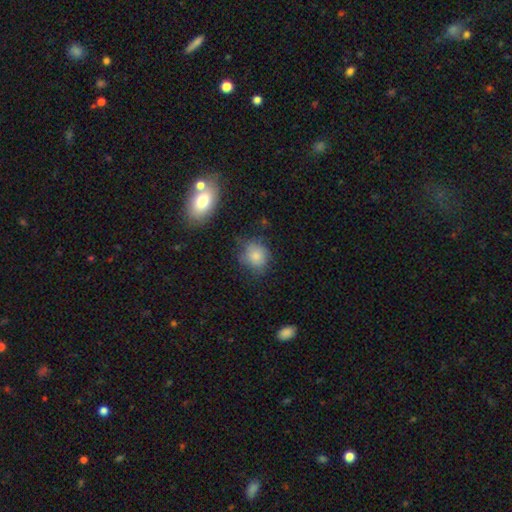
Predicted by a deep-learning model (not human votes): Smooth or featured? Predicted: smooth (p=0.78). How rounded? Predicted: round (p=0.75). Merging? Predicted: none (p=0.63).